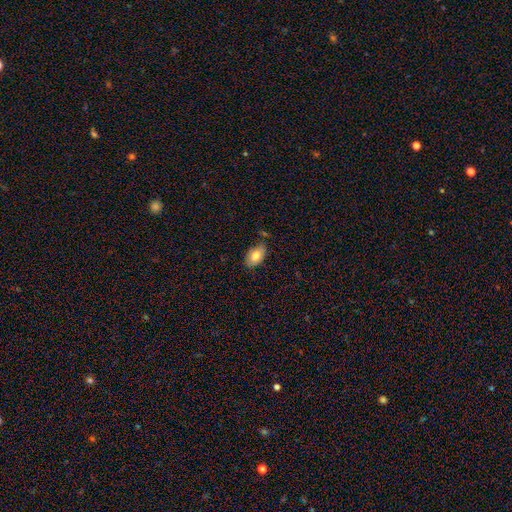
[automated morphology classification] Overall: smooth (80%). How rounded: in between (91%). Merging: none (75%).